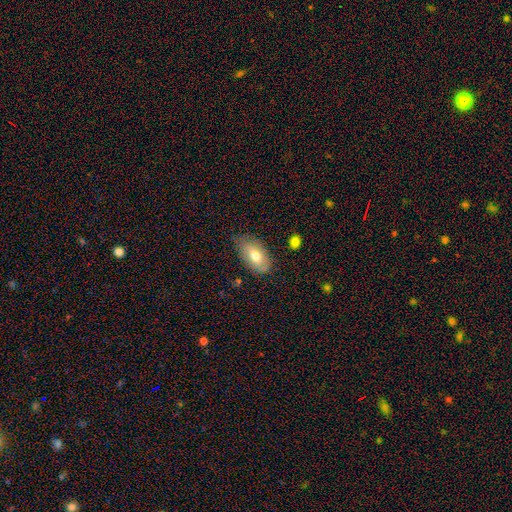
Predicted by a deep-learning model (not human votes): A smooth galaxy with no disk features (69%) that is in between round and cigar-shaped (92%).

Vote fractions:
- Smooth or featured? smooth: 69% / featured or disk: 24% / star or artifact: 7%
- How rounded? in between: 92% / round: 5% / cigar-shaped: 3%
- Merging? none: 67% / minor disturbance: 26% / major disturbance: 5% / merger: 2%